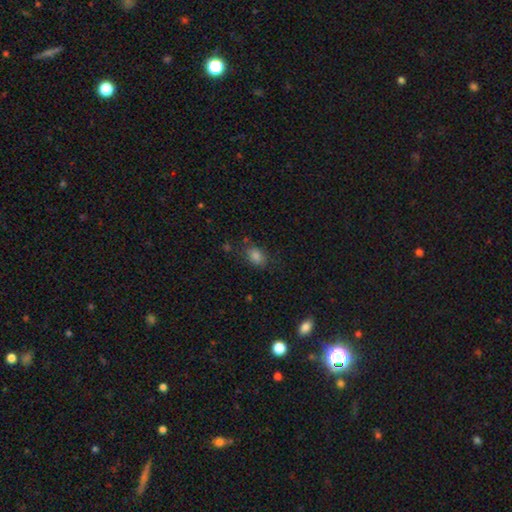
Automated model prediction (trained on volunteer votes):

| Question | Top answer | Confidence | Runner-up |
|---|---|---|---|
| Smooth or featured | smooth | 80% | star or artifact (14%) |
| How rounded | in between | 75% | round (23%) |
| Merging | none | 76% | minor disturbance (16%) |